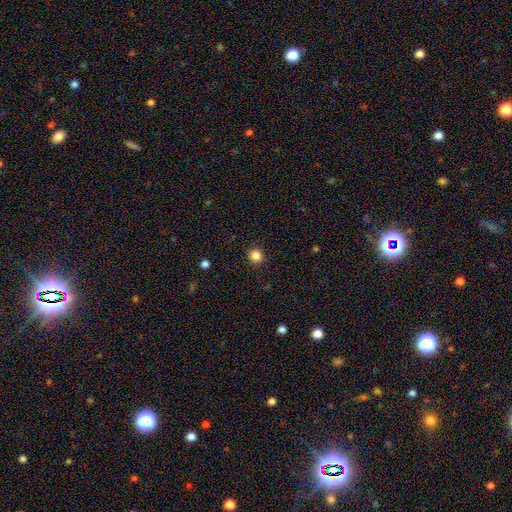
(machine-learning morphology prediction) smooth-or-featured: smooth: 84% | star or artifact: 12% | featured or disk: 4%
  how-rounded: round: 93% | in between: 6% | cigar-shaped: 1%
  merging: none: 92% | minor disturbance: 5% | major disturbance: 2% | merger: 1%